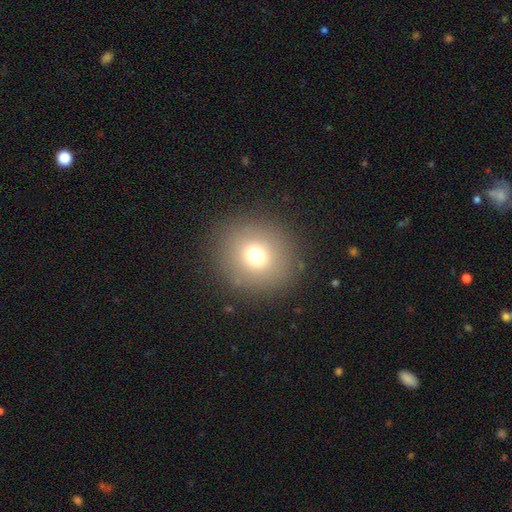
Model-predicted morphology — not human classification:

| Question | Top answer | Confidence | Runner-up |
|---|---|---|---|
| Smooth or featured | smooth | 70% | star or artifact (17%) |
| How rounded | round | 90% | in between (9%) |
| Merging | none | 87% | minor disturbance (7%) |